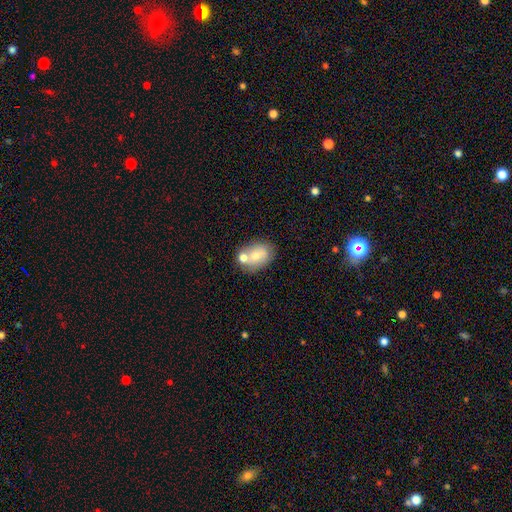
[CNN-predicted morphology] smooth_or_featured: smooth (p=0.61) [alt: featured or disk p=0.30]
how_rounded: in between (p=0.65) [alt: round p=0.34]
merging: none (p=0.52) [alt: merger p=0.30]